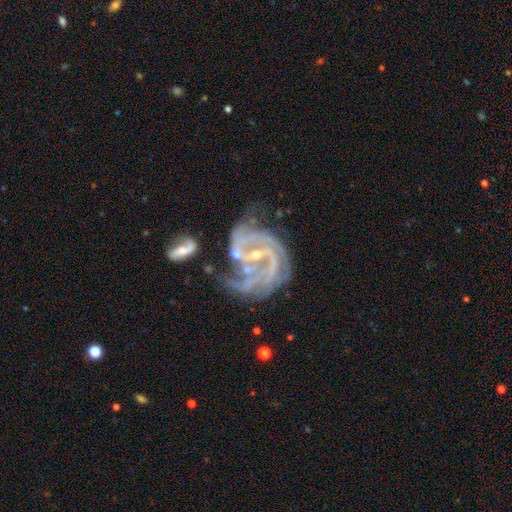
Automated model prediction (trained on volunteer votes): Smooth or featured? Predicted: featured or disk (p=0.86). Edge-on disk? Predicted: no (p=0.98). Bar? Predicted: weak (p=0.43). Spiral arms? Predicted: yes (p=0.94). Spiral winding? Predicted: medium (p=0.43). Spiral arm count? Predicted: 2 (p=0.27). Bulge size? Predicted: small (p=0.71). Merging? Predicted: none (p=0.33).